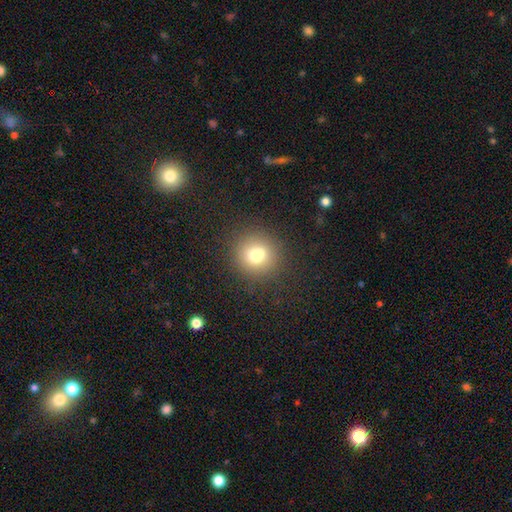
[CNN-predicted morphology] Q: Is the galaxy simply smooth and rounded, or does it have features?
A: smooth — 70%.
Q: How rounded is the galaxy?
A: round — 88%.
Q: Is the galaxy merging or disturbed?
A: none — 69%.